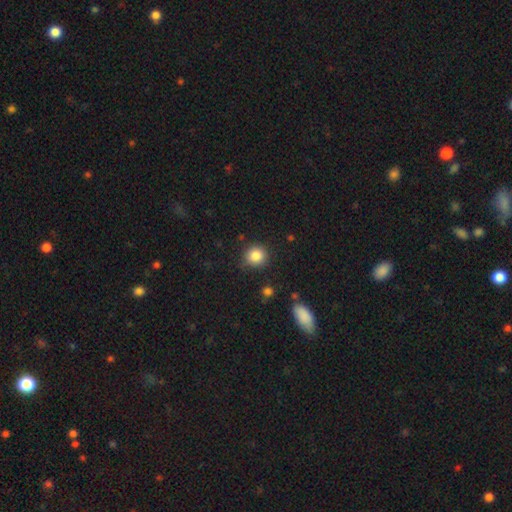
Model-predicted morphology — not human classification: This is clearly a smooth galaxy (86%). How rounded: clearly round (89%). Merging: clearly none (84%).